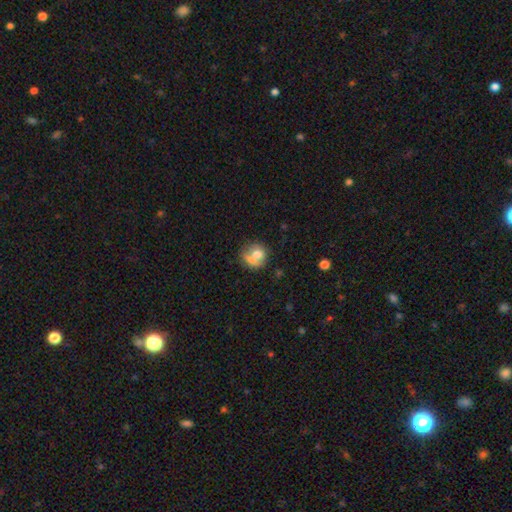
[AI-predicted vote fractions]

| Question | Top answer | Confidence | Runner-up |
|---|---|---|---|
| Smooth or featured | smooth | 67% | featured or disk (24%) |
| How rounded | round | 74% | in between (25%) |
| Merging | merger | 49% | none (33%) |